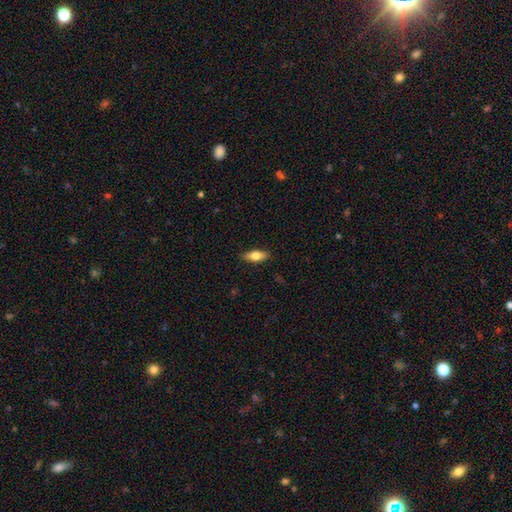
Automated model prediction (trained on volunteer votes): Overall: smooth (71%). How rounded: in between (73%). Merging: none (88%).